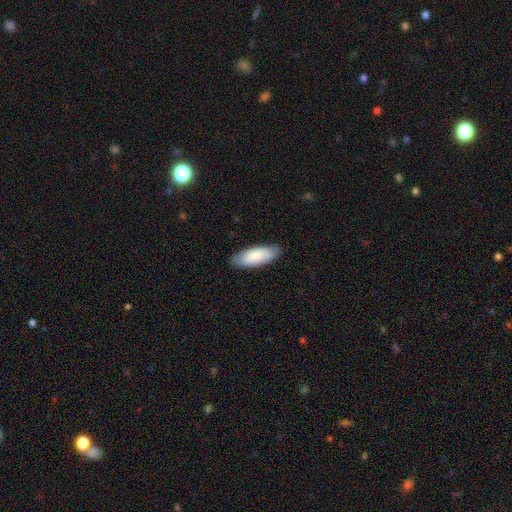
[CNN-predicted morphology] type=smooth (83%); roundness=in between (76%); merging=none (84%).